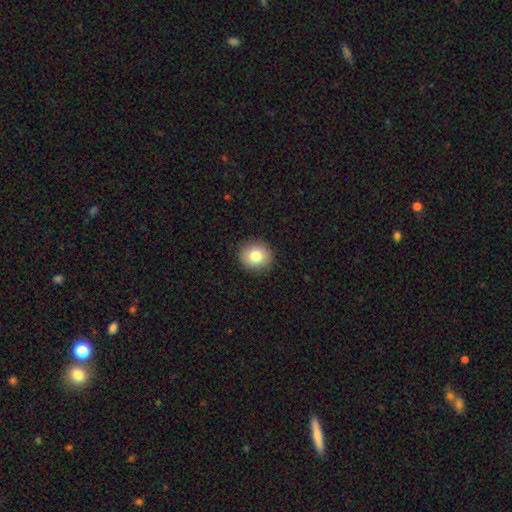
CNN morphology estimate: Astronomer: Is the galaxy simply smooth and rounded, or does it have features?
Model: smooth — 80%.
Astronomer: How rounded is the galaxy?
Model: round — 85%.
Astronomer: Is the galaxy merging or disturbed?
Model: none — 91%.